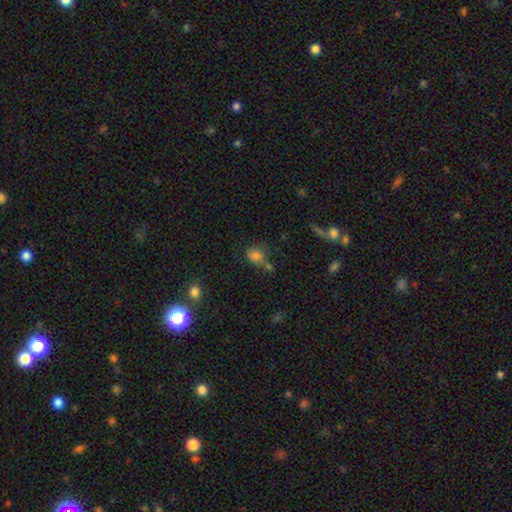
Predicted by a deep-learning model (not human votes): Q: Smooth or featured?
A: smooth (76%); runner-up: star or artifact (14%)
Q: How rounded?
A: in between (57%); runner-up: round (42%)
Q: Merging?
A: none (47%); runner-up: minor disturbance (24%)